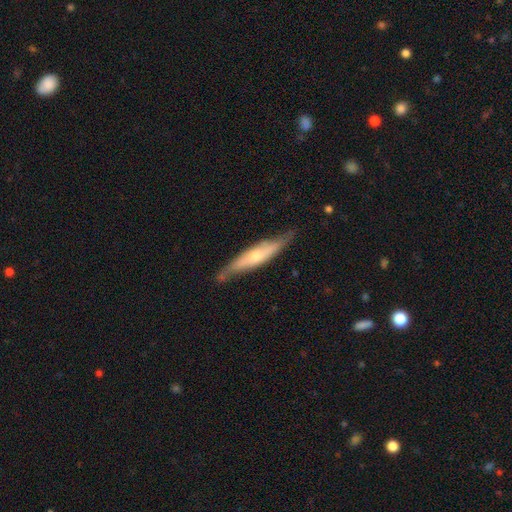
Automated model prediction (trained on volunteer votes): Smooth or featured? featured or disk (63%)
Edge-on disk? yes (74%)
Merging? none (78%)